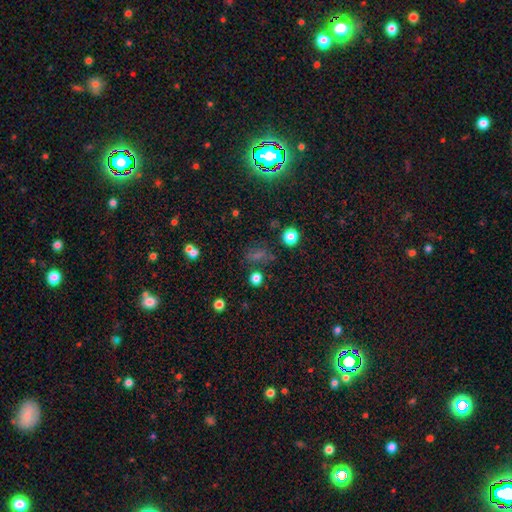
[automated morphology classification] This appears to be a star or artifact, not a galaxy (50%).